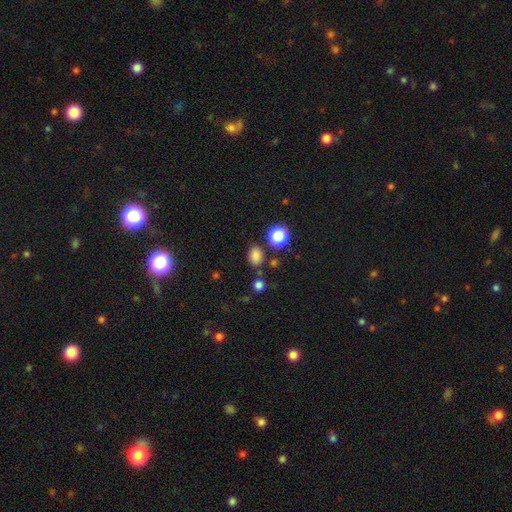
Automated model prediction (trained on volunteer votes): Smooth or featured? smooth (79%)
How rounded? in between (54%)
Merging? none (79%)